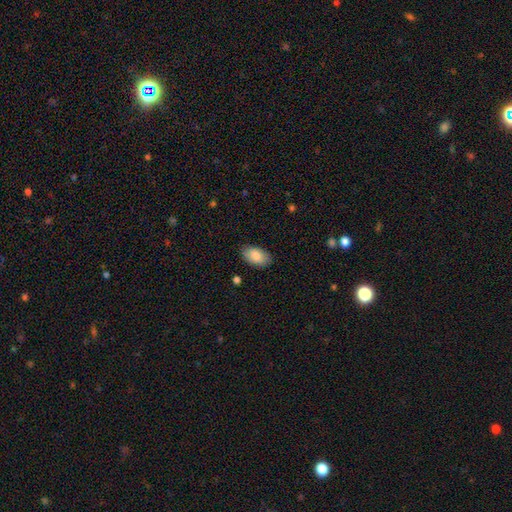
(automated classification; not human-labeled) Smooth or featured? Predicted: smooth (p=0.86). How rounded? Predicted: in between (p=0.94). Merging? Predicted: none (p=0.85).